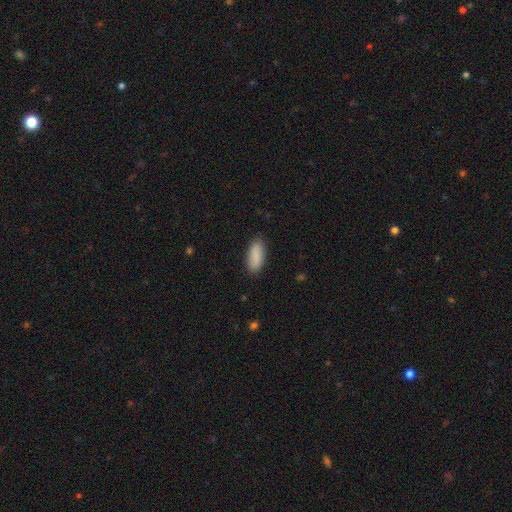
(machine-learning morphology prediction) type=smooth (89%); roundness=in between (81%); merging=none (86%).